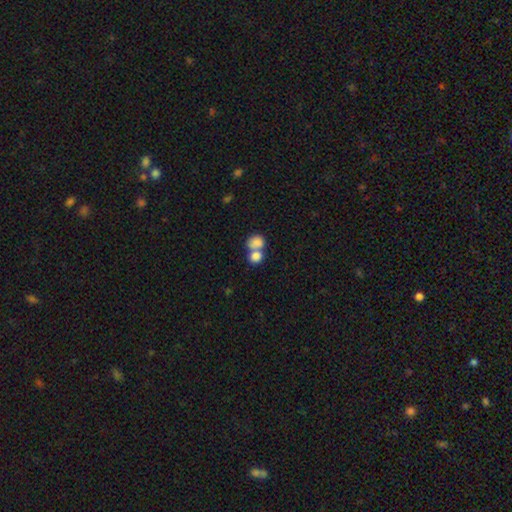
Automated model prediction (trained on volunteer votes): smooth 80%, featured or disk 11%, star or artifact 9%. Down the decision tree: how rounded — round (60%); merging — merger (61%).